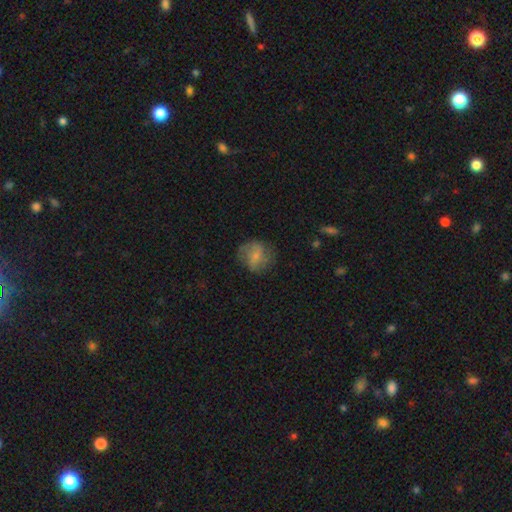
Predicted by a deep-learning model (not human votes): Overall: smooth (51%; featured or disk 41%). How rounded: round (77%). Merging: none (65%).